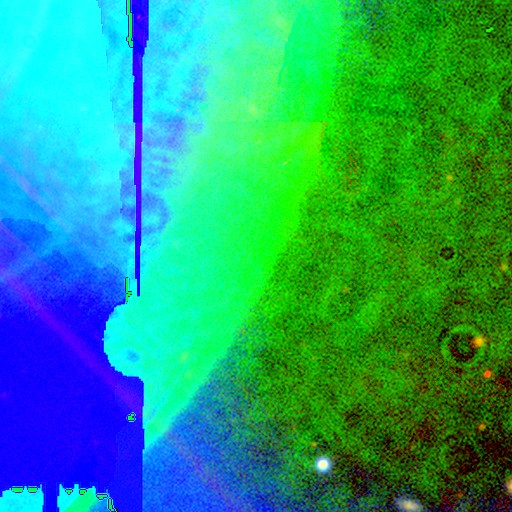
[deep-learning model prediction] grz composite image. It shows a star or artifact, not a galaxy (74%).